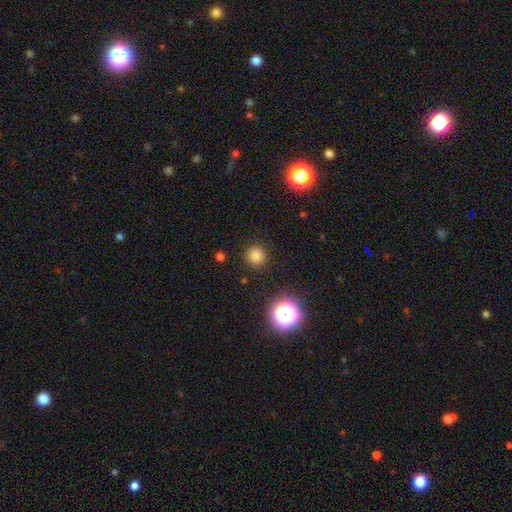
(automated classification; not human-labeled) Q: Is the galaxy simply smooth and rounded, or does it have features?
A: smooth — 80%.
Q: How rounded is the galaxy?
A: round — 94%.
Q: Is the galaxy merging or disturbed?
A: none — 90%.